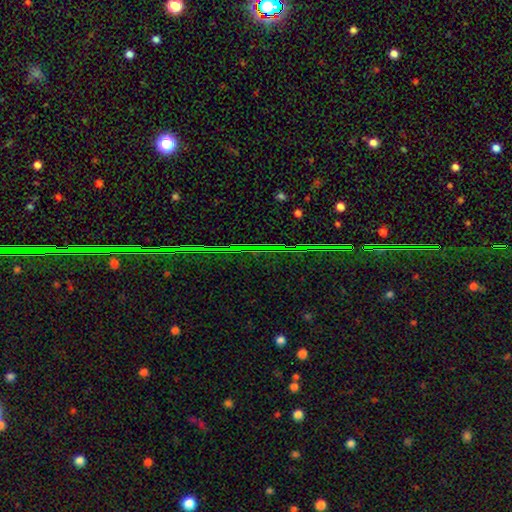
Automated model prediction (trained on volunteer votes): Smooth or featured: star or artifact — 83% (smooth — 9%)